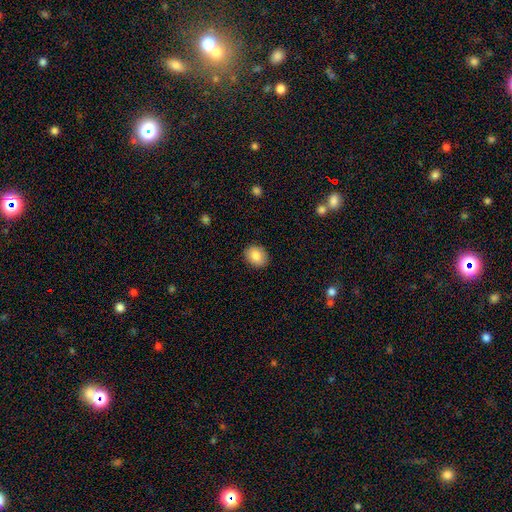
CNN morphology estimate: A smooth galaxy with no disk features (84%) that is in between round and cigar-shaped (54%). Merging: none (88%).